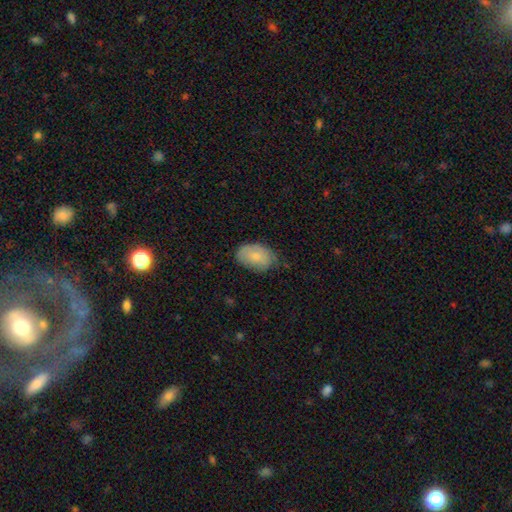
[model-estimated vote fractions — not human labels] A smooth galaxy with no disk features (77%) that is in between round and cigar-shaped (89%). Merging: none (60%).